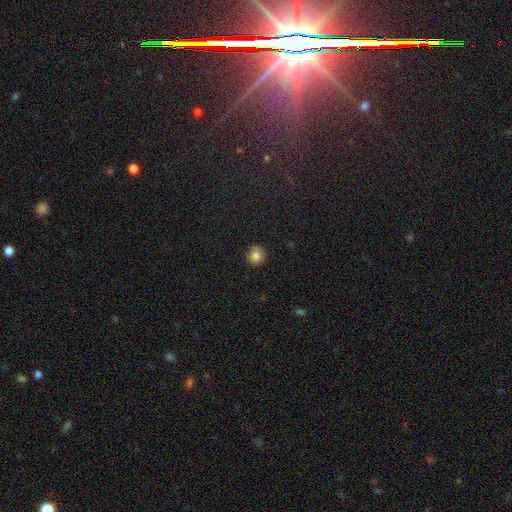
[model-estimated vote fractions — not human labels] smooth-or-featured: smooth: 82% | star or artifact: 10% | featured or disk: 7%
  how-rounded: round: 91% | in between: 8% | cigar-shaped: 1%
  merging: none: 88% | minor disturbance: 9% | major disturbance: 2% | merger: 1%